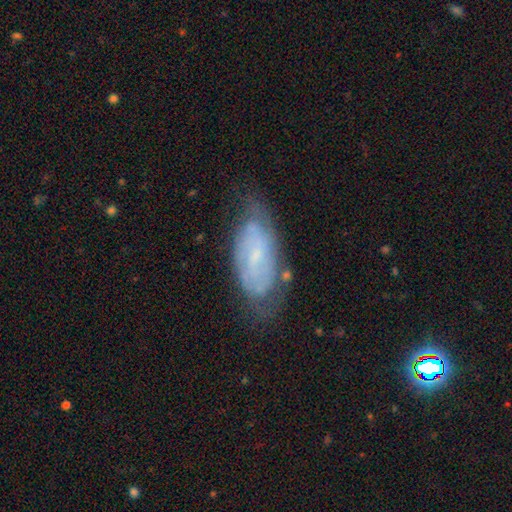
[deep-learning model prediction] smooth_or_featured: featured or disk (p=0.67) [alt: smooth p=0.25]
disk_edge_on: no (p=0.92) [alt: yes p=0.08]
bar: weak (p=0.45) [alt: no p=0.44]
has_spiral_arms: yes (p=0.82) [alt: no p=0.18]
spiral_winding: tight (p=0.54) [alt: medium p=0.35]
spiral_arm_count: can't tell (p=0.43) [alt: 2 p=0.41]
bulge_size: small (p=0.66) [alt: none p=0.16]
merging: none (p=0.59) [alt: minor disturbance p=0.28]